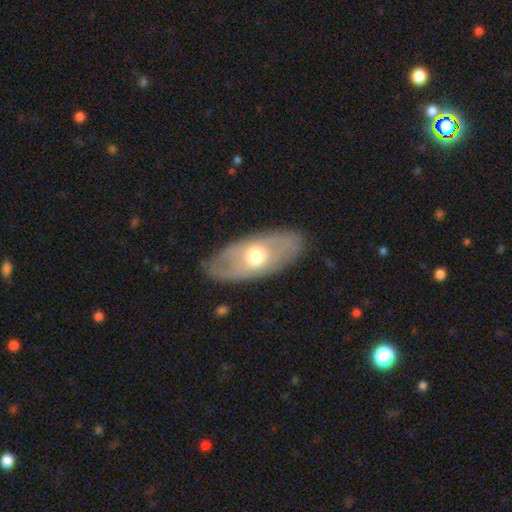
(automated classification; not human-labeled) A featured or disk galaxy (54%).

Vote fractions:
- Smooth or featured? featured or disk: 54% / smooth: 41% / star or artifact: 6%
- Edge-on disk? no: 82% / yes: 18%
- Merging? none: 83% / minor disturbance: 12% / major disturbance: 4% / merger: 1%